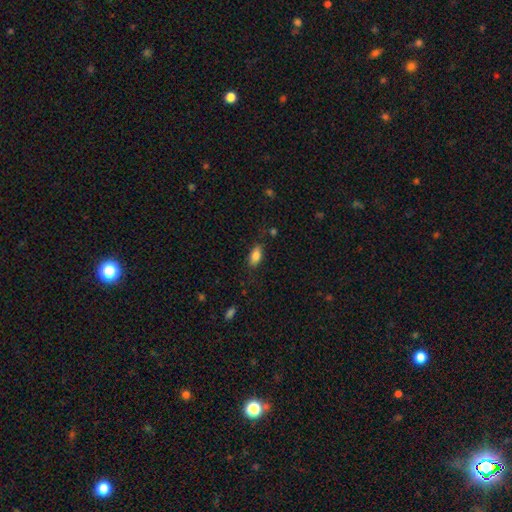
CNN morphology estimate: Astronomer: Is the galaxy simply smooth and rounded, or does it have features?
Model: smooth — 83%.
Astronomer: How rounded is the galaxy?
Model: in between — 89%.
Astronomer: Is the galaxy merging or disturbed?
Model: none — 78%.